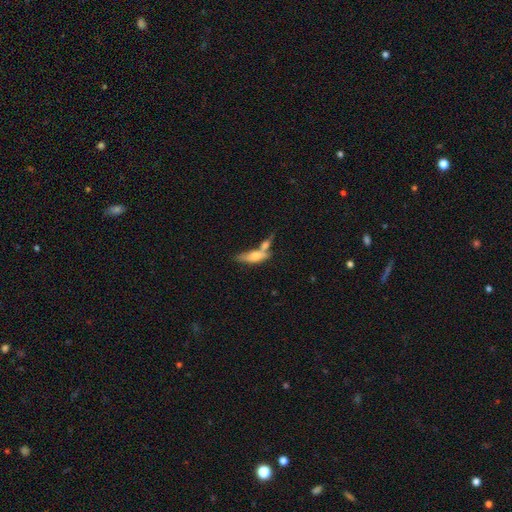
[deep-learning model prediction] This is likely a smooth galaxy (61%). How rounded: possibly in between (56%). Merging: possibly merger (47%).